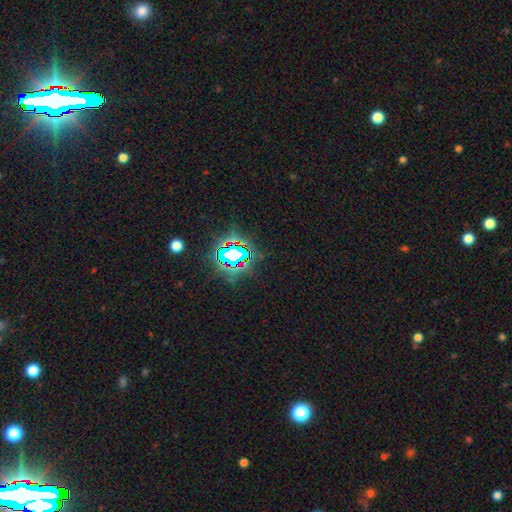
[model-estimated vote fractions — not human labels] A star or artifact, not a galaxy (83%).